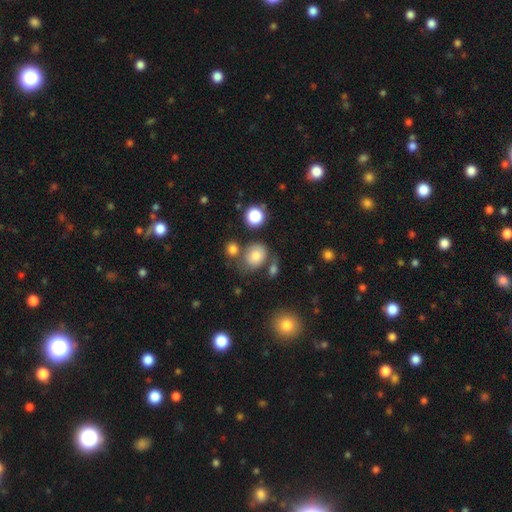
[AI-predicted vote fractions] Smooth or featured? Predicted: smooth (p=0.80). How rounded? Predicted: in between (p=0.52). Merging? Predicted: none (p=0.61).